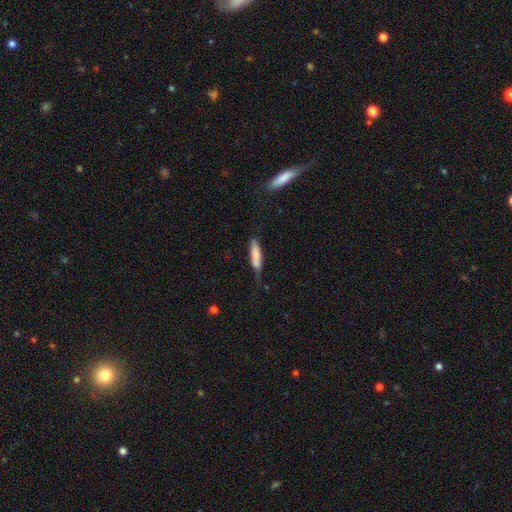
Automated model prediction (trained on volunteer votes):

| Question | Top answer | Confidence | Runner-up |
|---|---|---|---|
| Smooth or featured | smooth | 75% | featured or disk (19%) |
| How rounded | cigar-shaped | 74% | in between (24%) |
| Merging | none | 45% | minor disturbance (36%) |